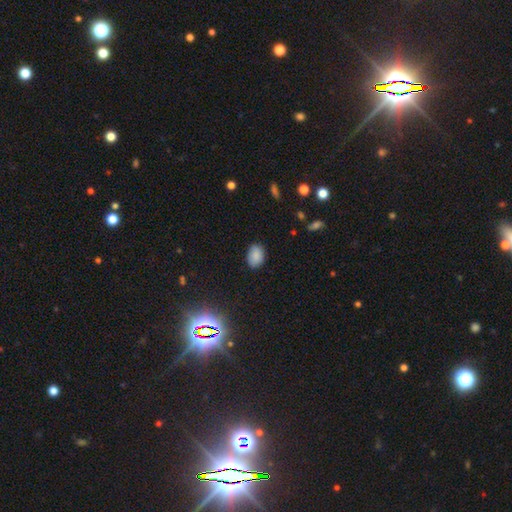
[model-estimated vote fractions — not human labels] smooth_or_featured: smooth (p=0.84) [alt: star or artifact p=0.10]
how_rounded: in between (p=0.80) [alt: round p=0.19]
merging: none (p=0.80) [alt: minor disturbance p=0.16]